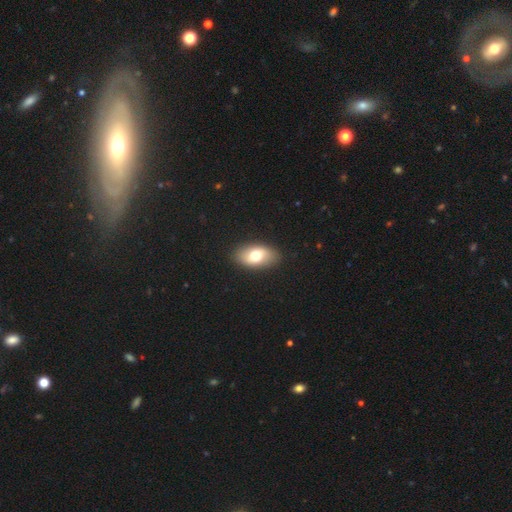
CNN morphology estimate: Smooth or featured: smooth — 69% (featured or disk — 24%)
How rounded: in between — 91% (round — 6%)
Merging: none — 89% (minor disturbance — 8%)